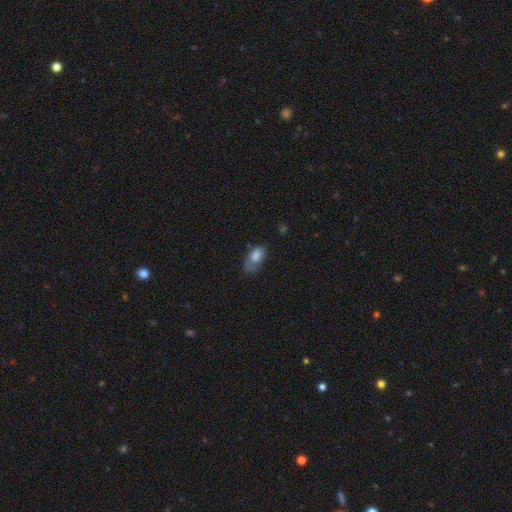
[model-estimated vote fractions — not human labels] Smooth or featured? smooth (74%)
How rounded? in between (90%)
Merging? none (40%)